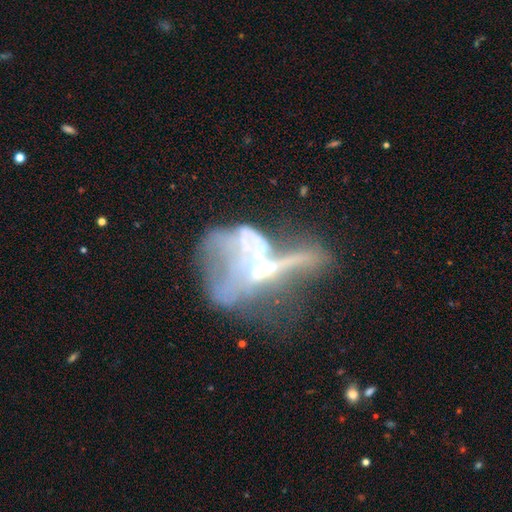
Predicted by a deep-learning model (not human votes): Smooth or featured? Predicted: featured or disk (p=0.62). Edge-on disk? Predicted: no (p=0.79). Merging? Predicted: merger (p=0.49).